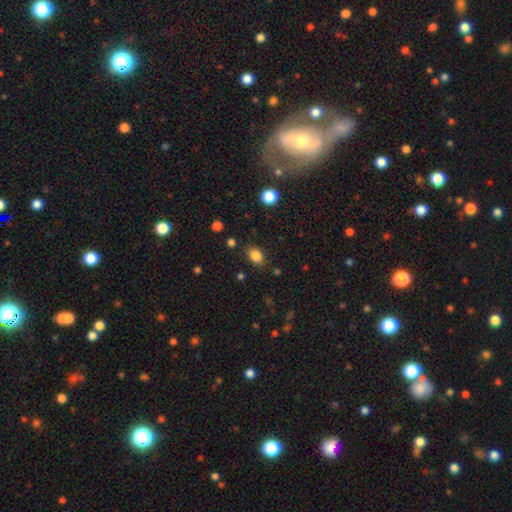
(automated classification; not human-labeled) Smooth or featured? smooth (84%)
How rounded? in between (68%)
Merging? none (81%)